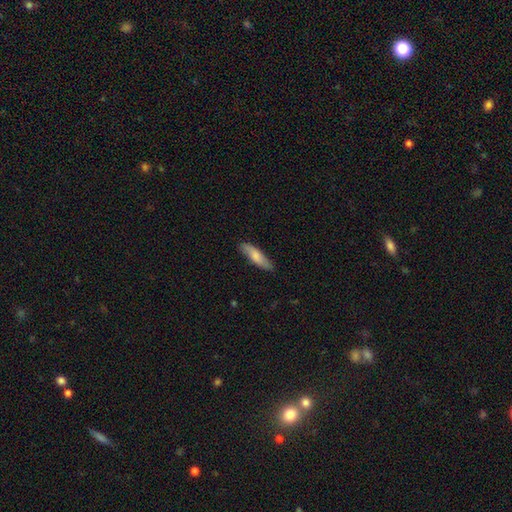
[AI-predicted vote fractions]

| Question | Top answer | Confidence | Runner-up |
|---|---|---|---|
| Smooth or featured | smooth | 75% | featured or disk (20%) |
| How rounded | cigar-shaped | 65% | in between (34%) |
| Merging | none | 83% | minor disturbance (14%) |